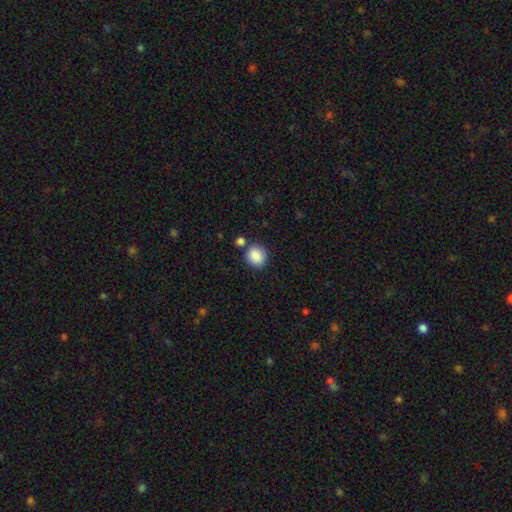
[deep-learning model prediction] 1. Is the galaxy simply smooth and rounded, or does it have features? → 88% smooth, 8% star or artifact, 4% featured or disk.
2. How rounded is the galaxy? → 80% round, 19% in between, 1% cigar-shaped.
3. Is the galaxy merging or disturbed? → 76% none, 11% minor disturbance, 10% merger, 3% major disturbance.